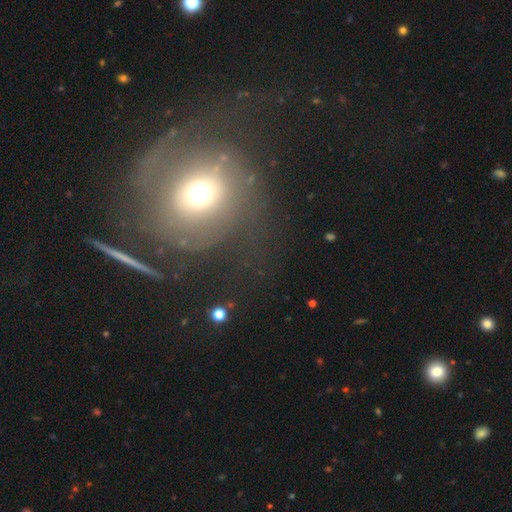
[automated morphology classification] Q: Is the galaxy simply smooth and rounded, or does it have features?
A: featured or disk — 49%.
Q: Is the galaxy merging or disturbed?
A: none — 53%.